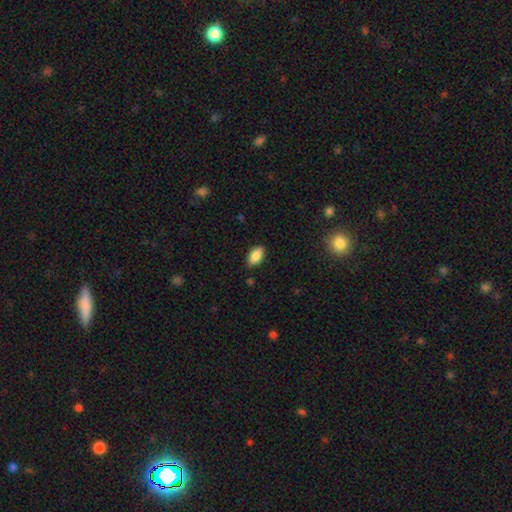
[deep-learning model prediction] Morphology: type=smooth (87%); roundness=in between (92%); merging=none (84%).